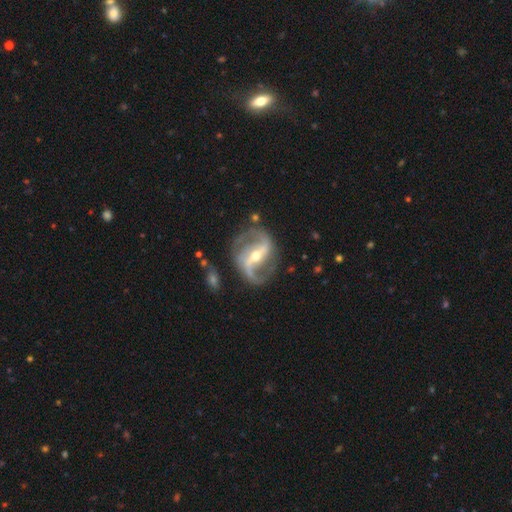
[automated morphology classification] Smooth or featured: featured or disk — 92% (star or artifact — 5%)
Edge-on disk: no — 97% (yes — 3%)
Bar: strong — 60% (weak — 28%)
Spiral arms: yes — 97% (no — 3%)
Spiral winding: medium — 49% (loose — 38%)
Spiral arm count: 2 — 91% (3 — 3%)
Bulge size: moderate — 53% (small — 43%)
Merging: none — 78% (minor disturbance — 13%)